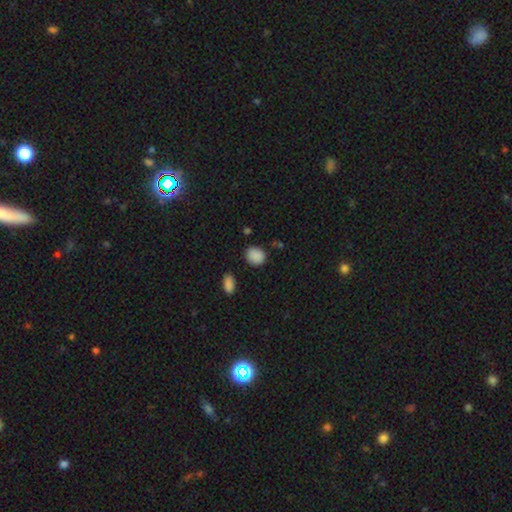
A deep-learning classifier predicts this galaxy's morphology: type=smooth (88%); roundness=round (61%); merging=none (82%).